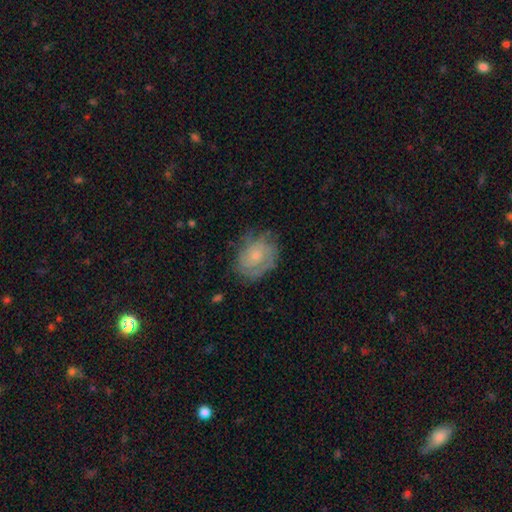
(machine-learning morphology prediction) type=featured or disk (64%); edge-on=no (97%); bar=no (76%); spiral arms=yes (86%); winding=tight (57%); arm count=can't tell (39%); bulge=small (62%); merging=none (67%).